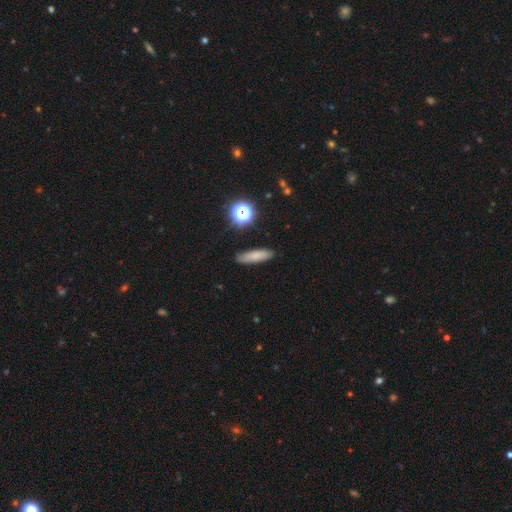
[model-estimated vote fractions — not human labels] smooth-or-featured: smooth: 75% | featured or disk: 13% | star or artifact: 12%
  how-rounded: cigar-shaped: 66% | in between: 30% | round: 4%
  merging: none: 84% | minor disturbance: 11% | major disturbance: 3% | merger: 2%